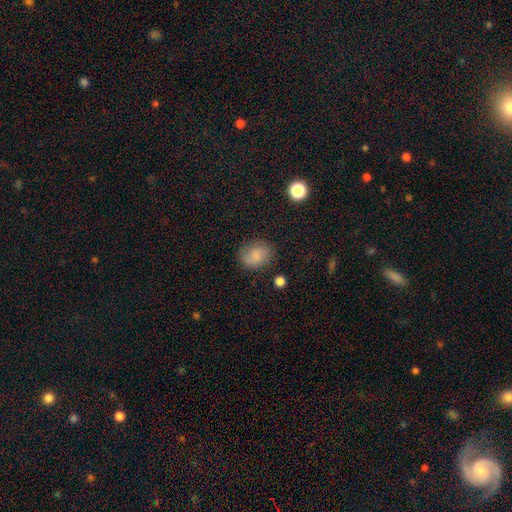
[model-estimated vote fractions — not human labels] Morphology: type=smooth (81%); roundness=round (62%); merging=none (79%).